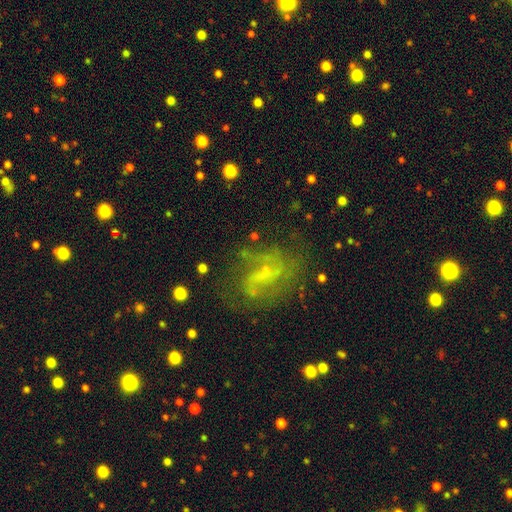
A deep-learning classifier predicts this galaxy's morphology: Smooth or featured?
  - featured or disk: 60% *
  - smooth: 24%
  - star or artifact: 16%
Edge-on disk?
  - no: 96% *
  - yes: 4%
Bar?
  - no: 49% *
  - weak: 40%
  - strong: 11%
Spiral arms?
  - yes: 72% *
  - no: 28%
Bulge size?
  - small: 57% *
  - none: 28%
  - moderate: 12%
  - large: 1%
  - dominant: 1%
Merging?
  - none: 59% *
  - minor disturbance: 20%
  - major disturbance: 18%
  - merger: 3%